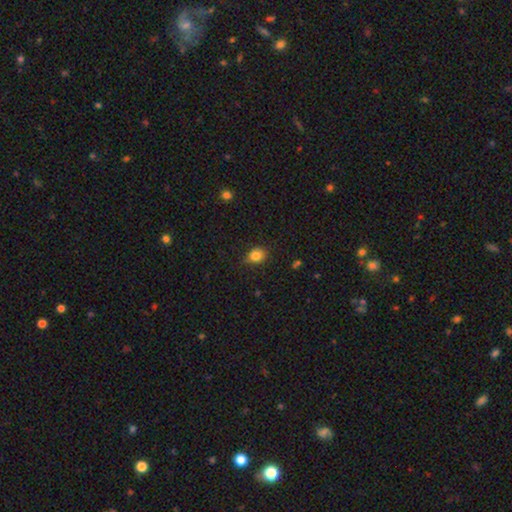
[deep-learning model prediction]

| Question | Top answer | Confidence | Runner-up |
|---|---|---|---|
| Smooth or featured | smooth | 83% | star or artifact (11%) |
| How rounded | round | 56% | in between (43%) |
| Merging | none | 76% | minor disturbance (20%) |